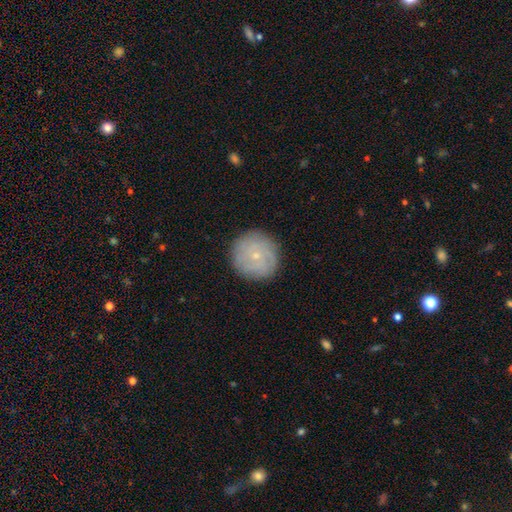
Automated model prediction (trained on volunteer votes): smooth-or-featured: featured or disk: 52% | smooth: 40% | star or artifact: 8%
  disk-edge-on: no: 97% | yes: 3%
    bar: no: 83% | weak: 15% | strong: 2%
    has-spiral-arms: yes: 79% | no: 21%
    bulge-size: small: 82% | moderate: 13% | none: 2% | large: 1% | dominant: 1%
  merging: none: 86% | minor disturbance: 10% | major disturbance: 3% | merger: 1%